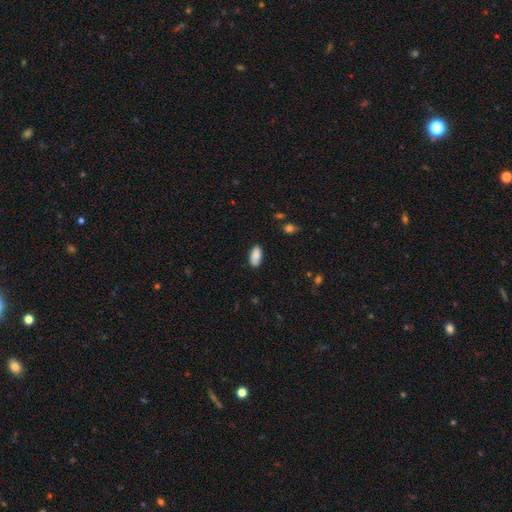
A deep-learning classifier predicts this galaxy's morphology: smooth_or_featured: smooth (p=0.85) [alt: featured or disk p=0.08]
how_rounded: in between (p=0.90) [alt: cigar-shaped p=0.07]
merging: none (p=0.81) [alt: minor disturbance p=0.15]